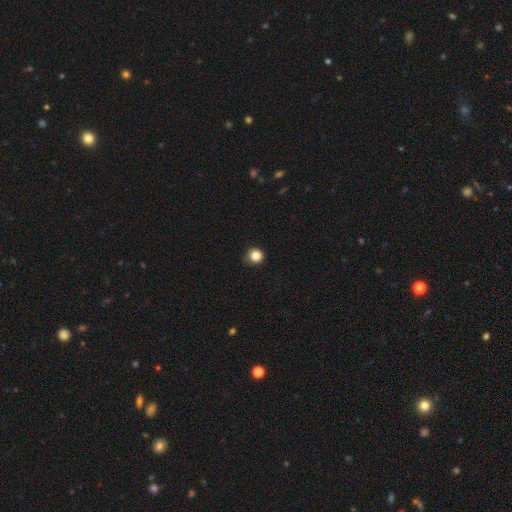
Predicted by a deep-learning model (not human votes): smooth_or_featured: smooth (p=0.84) [alt: star or artifact p=0.12]
how_rounded: round (p=0.93) [alt: in between p=0.06]
merging: none (p=0.88) [alt: minor disturbance p=0.09]